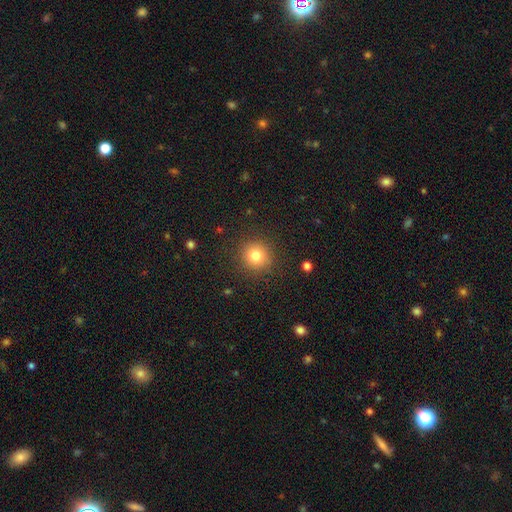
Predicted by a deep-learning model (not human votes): This appears to be a smooth galaxy with no disk features (80%) that is round (92%). Merging: none (89%).